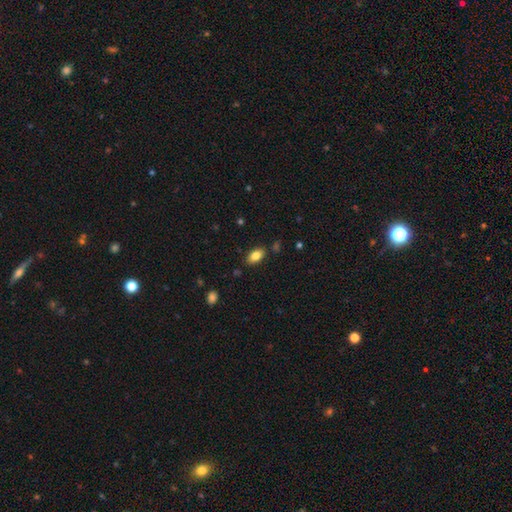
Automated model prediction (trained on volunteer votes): The model was most divided on "merging": none: 84%, minor disturbance: 11%, merger: 3%, major disturbance: 2%. More confident: how rounded — in between (92%); smooth or featured — smooth (83%).